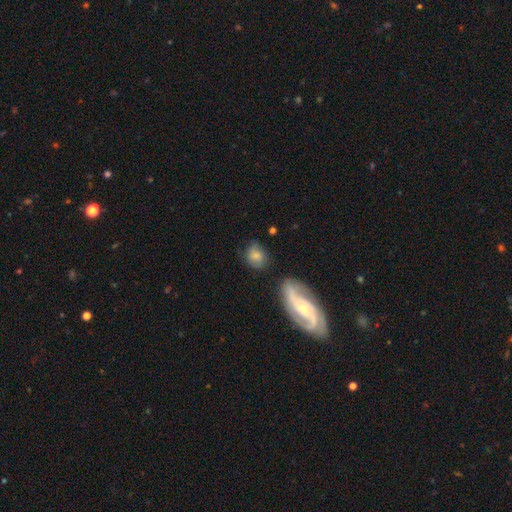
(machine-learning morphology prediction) Smooth or featured? smooth (66%)
How rounded? round (55%)
Merging? none (63%)